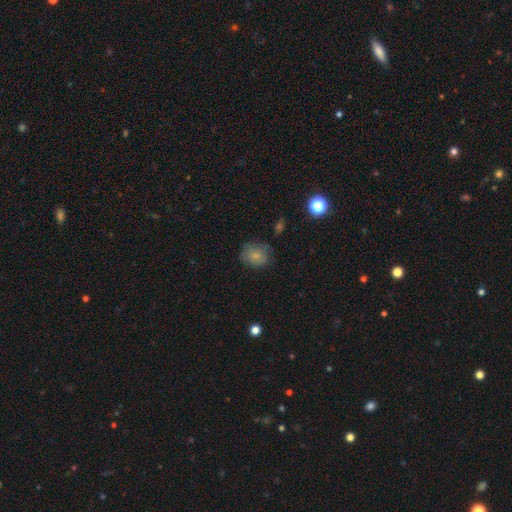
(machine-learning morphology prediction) A smooth galaxy with no disk features (79%) that is round (70%). Merging: none (71%).